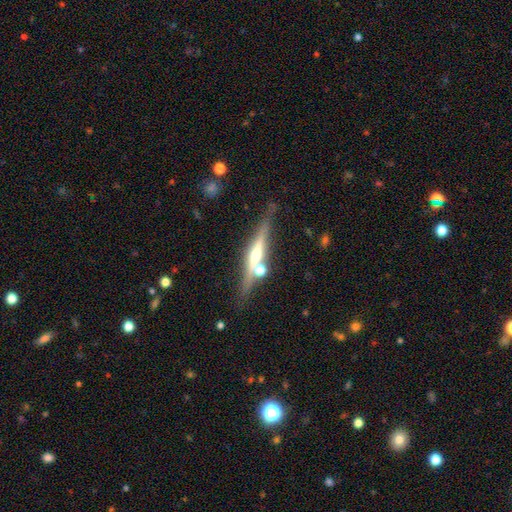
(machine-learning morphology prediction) featured or disk 73%, smooth 20%, star or artifact 7%. Down the decision tree: edge-on disk — yes (96%); edge-on bulge — rounded (78%); merging — none (76%).